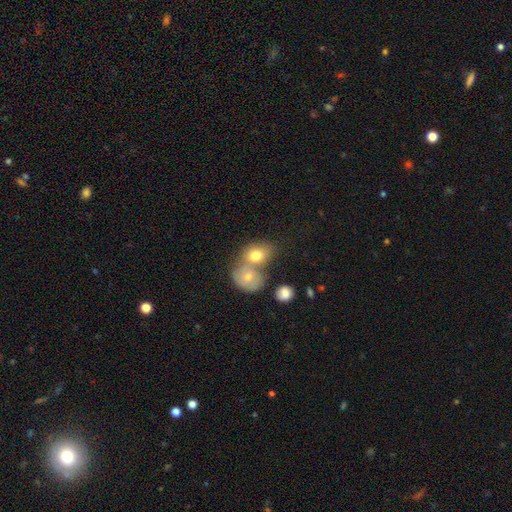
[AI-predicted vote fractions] smooth 72%, featured or disk 19%, star or artifact 9%. Down the decision tree: how rounded — in between (56%); merging — merger (52%).